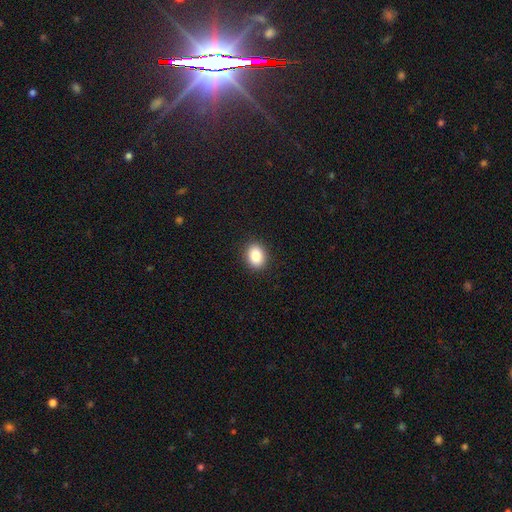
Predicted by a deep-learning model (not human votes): smooth-or-featured: smooth: 87% | star or artifact: 8% | featured or disk: 5%
  how-rounded: in between: 64% | round: 35% | cigar-shaped: 1%
  merging: none: 90% | minor disturbance: 7% | major disturbance: 2% | merger: 1%